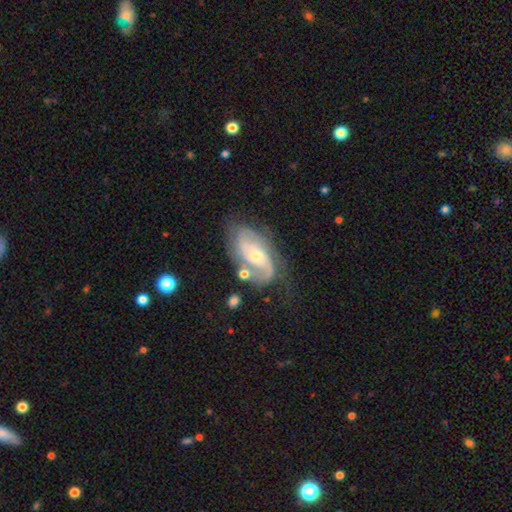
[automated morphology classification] Smooth or featured: featured or disk — 81% (smooth — 12%)
Edge-on disk: no — 95% (yes — 5%)
Bar: no — 50% (weak — 37%)
Spiral arms: yes — 93% (no — 7%)
Spiral winding: medium — 45% (tight — 31%)
Spiral arm count: 2 — 67% (can't tell — 15%)
Bulge size: small — 48% (moderate — 47%)
Merging: none — 57% (minor disturbance — 22%)